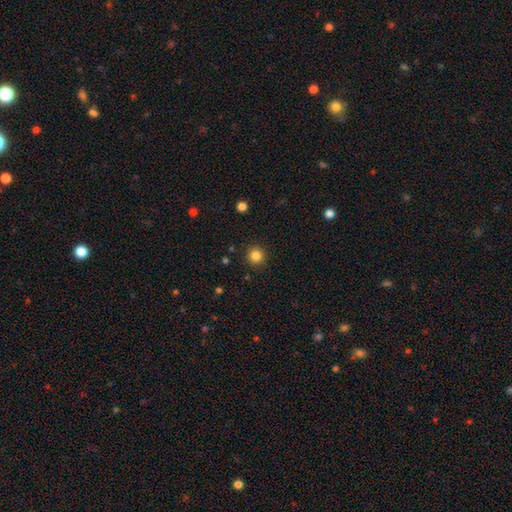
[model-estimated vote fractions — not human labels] Smooth or featured: smooth — 83% (star or artifact — 12%)
How rounded: round — 95% (in between — 4%)
Merging: none — 92% (minor disturbance — 5%)